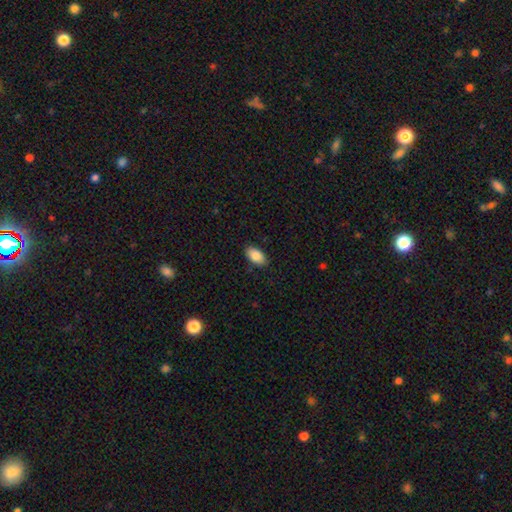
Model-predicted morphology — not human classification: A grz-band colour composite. It shows a smooth galaxy with no disk features (87%) that is in between round and cigar-shaped (94%). Merging: none (87%).